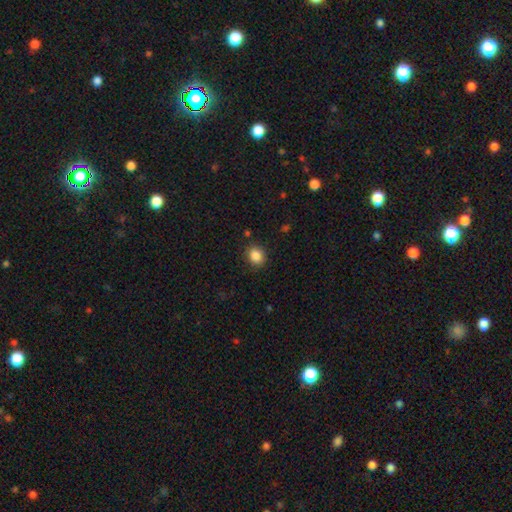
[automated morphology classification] The model was most divided on "how rounded": round: 62%, in between: 37%, cigar-shaped: 1%. More confident: merging — none (88%); smooth or featured — smooth (86%).